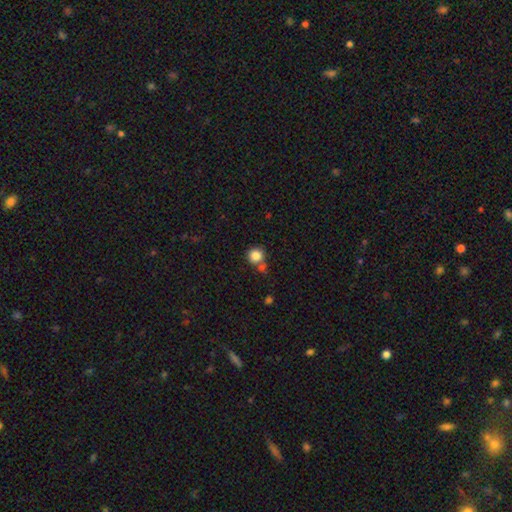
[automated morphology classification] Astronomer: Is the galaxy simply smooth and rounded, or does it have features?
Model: smooth — 84%.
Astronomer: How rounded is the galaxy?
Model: round — 92%.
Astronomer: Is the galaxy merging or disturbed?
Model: none — 64%.